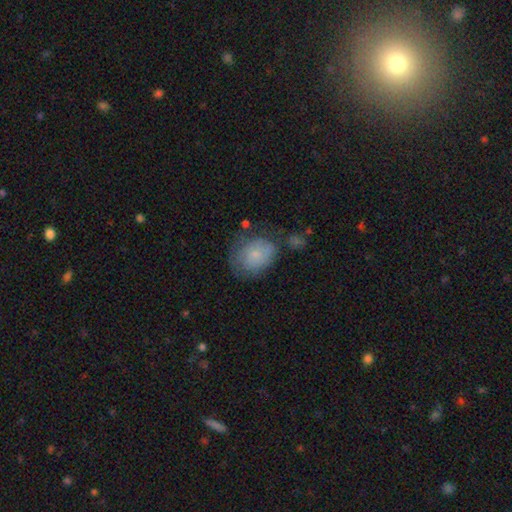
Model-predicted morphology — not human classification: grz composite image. It shows a smooth galaxy with no disk features (69%) that is round (51%). Merging: none (54%).